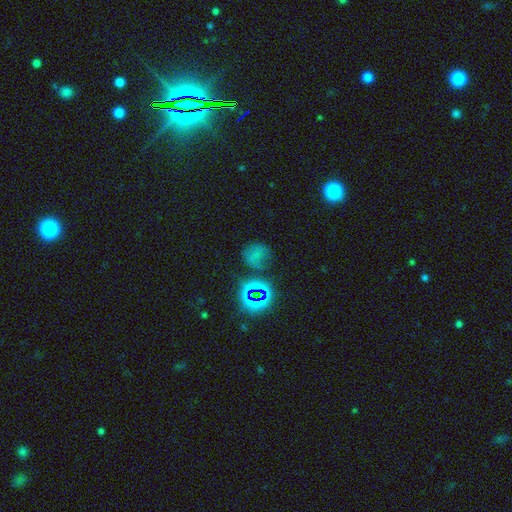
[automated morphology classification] type=star or artifact (46%).